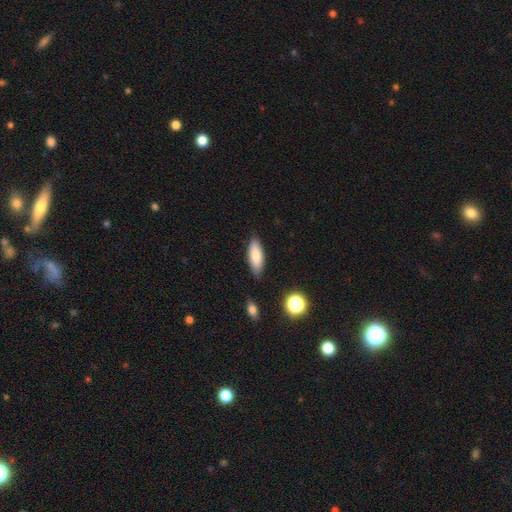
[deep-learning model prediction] A smooth galaxy with no disk features (83%) that is in between round and cigar-shaped (65%).

Vote fractions:
- Smooth or featured? smooth: 83% / featured or disk: 10% / star or artifact: 7%
- How rounded? in between: 65% / cigar-shaped: 33% / round: 2%
- Merging? none: 82% / minor disturbance: 13% / major disturbance: 3% / merger: 2%